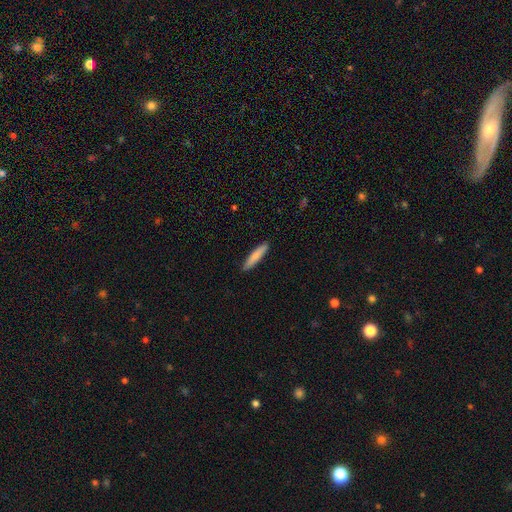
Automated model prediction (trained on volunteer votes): smooth 81%, featured or disk 14%, star or artifact 5%. Down the decision tree: how rounded — cigar-shaped (89%); merging — none (90%).